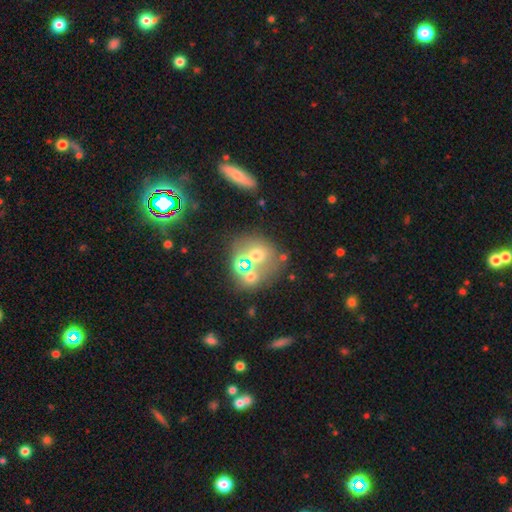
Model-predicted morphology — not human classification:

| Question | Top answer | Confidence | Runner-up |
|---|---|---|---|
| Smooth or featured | smooth | 55% | star or artifact (25%) |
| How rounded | round | 72% | in between (27%) |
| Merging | none | 48% | merger (32%) |